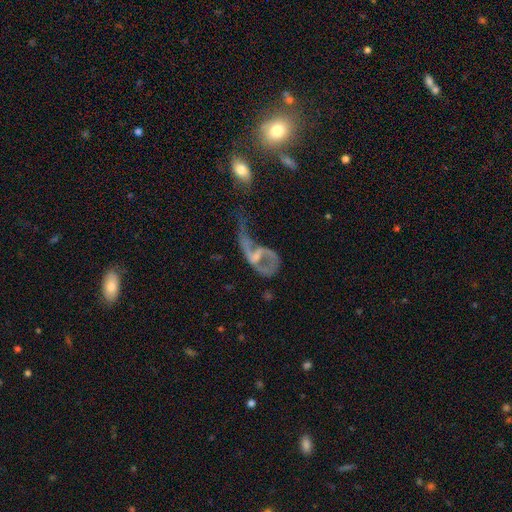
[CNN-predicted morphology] type=featured or disk (70%); edge-on=no (95%); bar=no (54%); spiral arms=yes (56%); bulge=none (44%); merging=major disturbance (54%).